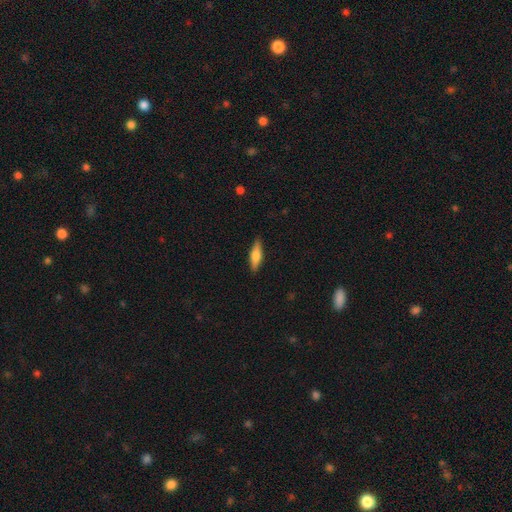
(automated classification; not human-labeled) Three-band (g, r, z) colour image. It shows a smooth galaxy with no disk features (60%) that is cigar-shaped (61%). Merging: none (88%).